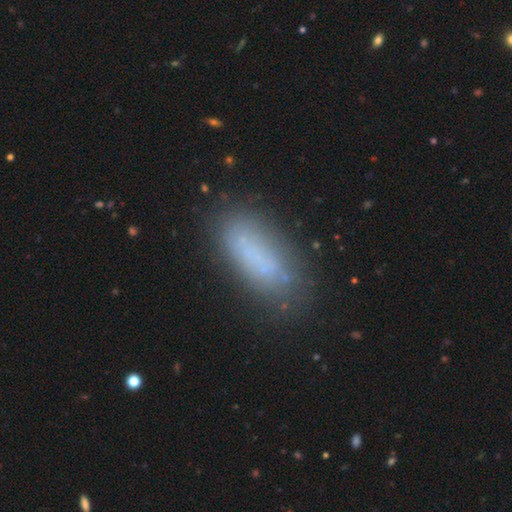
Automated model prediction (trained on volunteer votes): This appears to be a smooth galaxy with no disk features (71%) that is in between round and cigar-shaped (72%). Merging: none (70%).